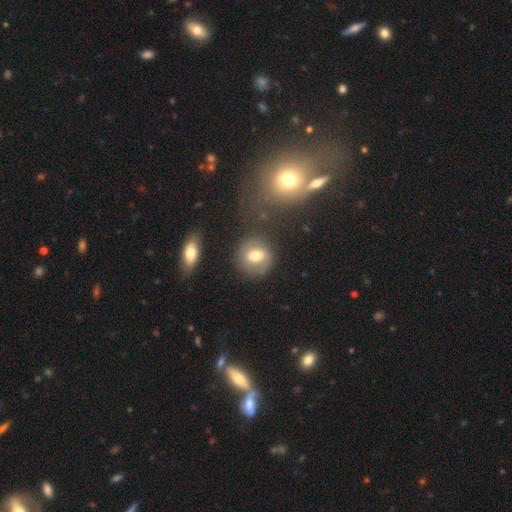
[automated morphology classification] Smooth or featured? Predicted: smooth (p=0.61). How rounded? Predicted: round (p=0.77). Merging? Predicted: none (p=0.75).